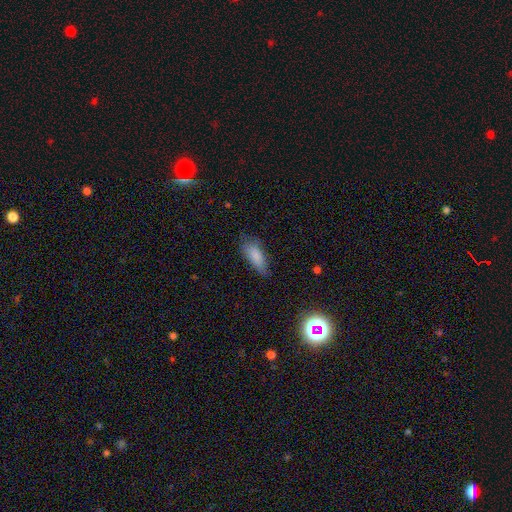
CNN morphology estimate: smooth_or_featured: smooth (p=0.84) [alt: featured or disk p=0.09]
how_rounded: in between (p=0.77) [alt: cigar-shaped p=0.21]
merging: none (p=0.62) [alt: minor disturbance p=0.29]